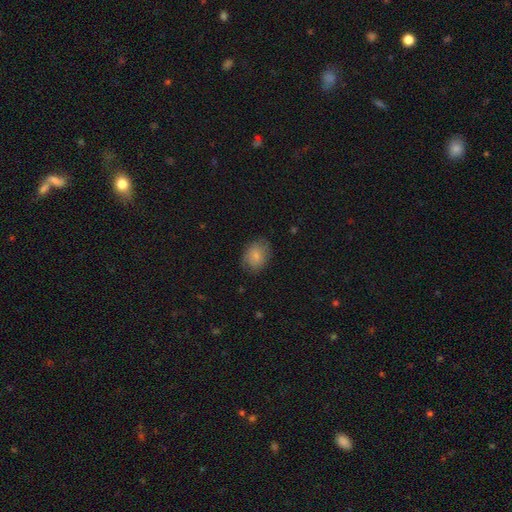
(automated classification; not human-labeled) A smooth galaxy with no disk features (80%) that is in between round and cigar-shaped (64%). Merging: none (72%).